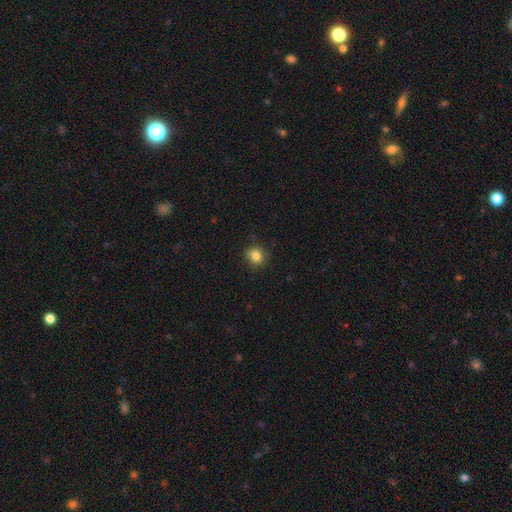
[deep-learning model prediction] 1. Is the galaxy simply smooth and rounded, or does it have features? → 84% smooth, 11% star or artifact, 5% featured or disk.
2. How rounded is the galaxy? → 81% round, 18% in between, 1% cigar-shaped.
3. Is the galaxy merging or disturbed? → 84% none, 13% minor disturbance, 3% major disturbance, 1% merger.